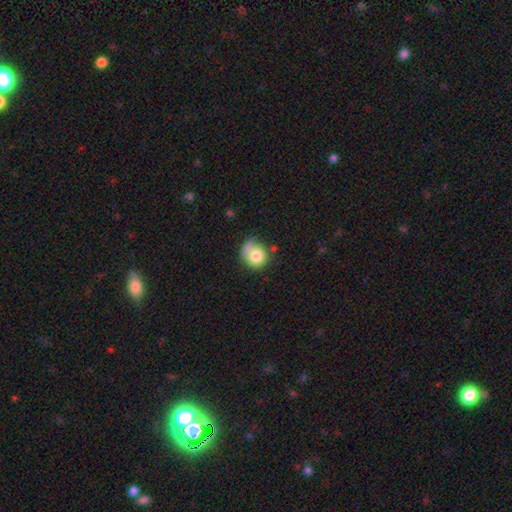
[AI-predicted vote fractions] smooth_or_featured: smooth (p=0.77) [alt: featured or disk p=0.15]
how_rounded: round (p=0.81) [alt: in between p=0.18]
merging: none (p=0.44) [alt: minor disturbance p=0.26]